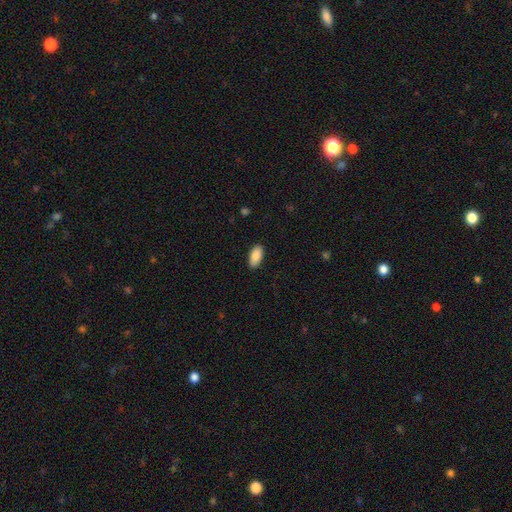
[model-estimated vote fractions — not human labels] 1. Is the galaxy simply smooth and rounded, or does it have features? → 88% smooth, 6% star or artifact, 6% featured or disk.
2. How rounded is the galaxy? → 93% in between, 5% cigar-shaped, 2% round.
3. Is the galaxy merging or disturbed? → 88% none, 9% minor disturbance, 2% major disturbance, 1% merger.